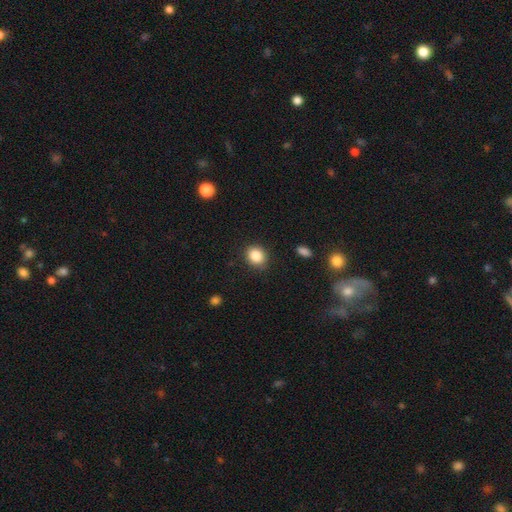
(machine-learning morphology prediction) Q: Smooth or featured?
A: smooth (86%); runner-up: star or artifact (9%)
Q: How rounded?
A: round (66%); runner-up: in between (33%)
Q: Merging?
A: none (86%); runner-up: minor disturbance (10%)